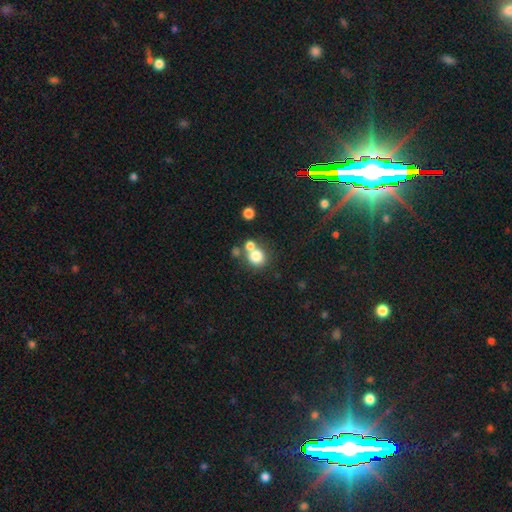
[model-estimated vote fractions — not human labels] This is likely a smooth galaxy (78%). How rounded: clearly round (85%). Merging: possibly none (51%).